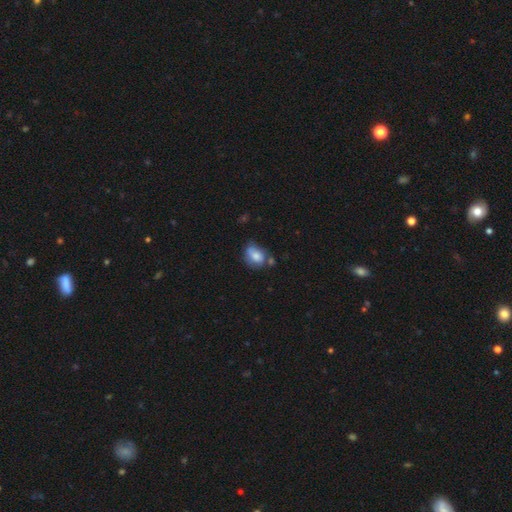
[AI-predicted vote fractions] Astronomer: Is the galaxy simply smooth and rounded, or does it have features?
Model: smooth — 70%.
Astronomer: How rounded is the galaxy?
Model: in between — 71%.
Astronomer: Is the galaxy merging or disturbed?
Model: none — 40% (runner-up: minor disturbance, 30%).